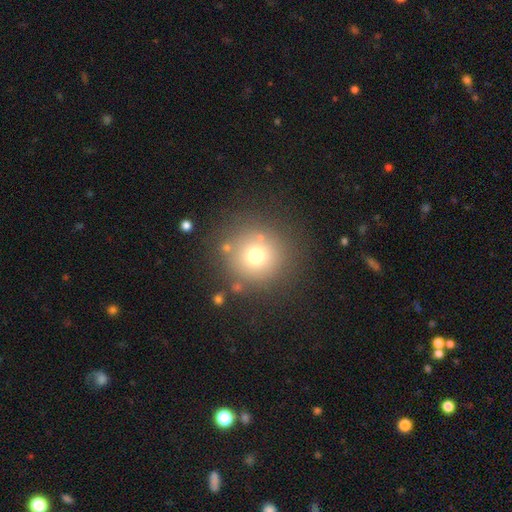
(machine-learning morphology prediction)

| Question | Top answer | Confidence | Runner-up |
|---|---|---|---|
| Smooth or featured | smooth | 70% | star or artifact (17%) |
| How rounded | round | 94% | in between (5%) |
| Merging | none | 81% | minor disturbance (9%) |